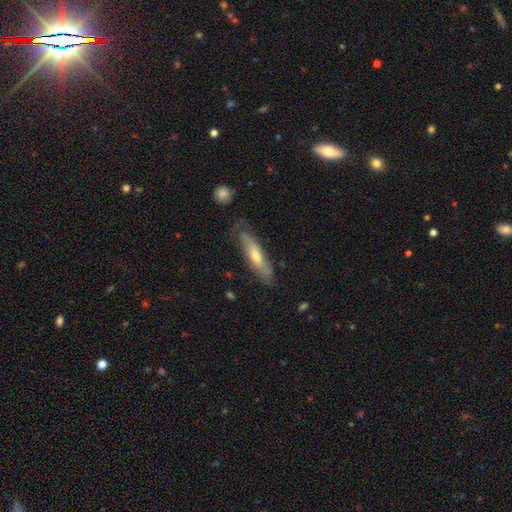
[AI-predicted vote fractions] Smooth or featured? Predicted: smooth (p=0.49). Merging? Predicted: none (p=0.68).